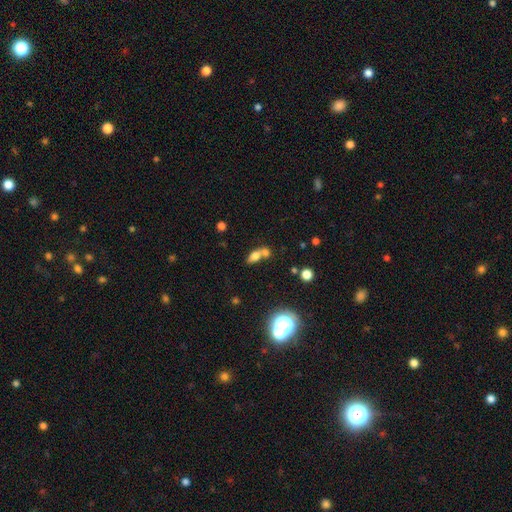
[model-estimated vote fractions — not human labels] Smooth or featured? smooth (69%)
How rounded? in between (74%)
Merging? merger (55%)